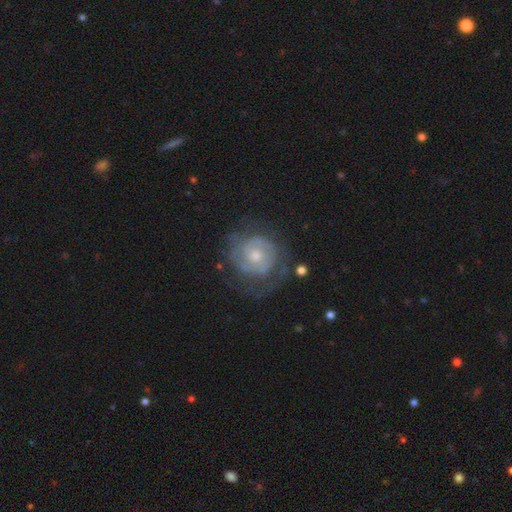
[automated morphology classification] Smooth or featured: featured or disk — 77% (smooth — 17%)
Edge-on disk: no — 98% (yes — 2%)
Bar: no — 73% (weak — 23%)
Spiral arms: yes — 86% (no — 14%)
Spiral winding: tight — 63% (medium — 28%)
Spiral arm count: 2 — 52% (can't tell — 29%)
Bulge size: moderate — 53% (small — 41%)
Merging: none — 63% (minor disturbance — 20%)